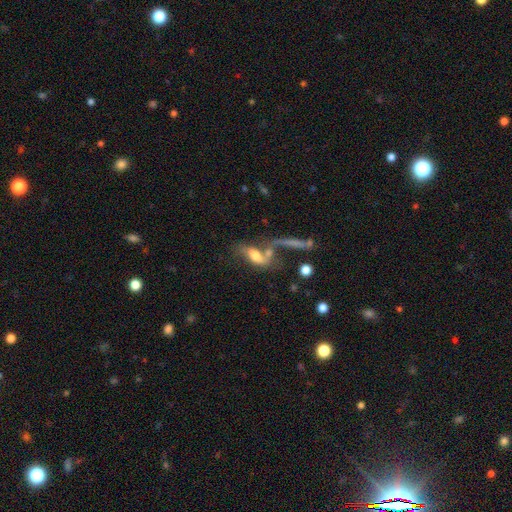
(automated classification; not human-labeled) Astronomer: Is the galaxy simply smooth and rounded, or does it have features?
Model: smooth — 53% (runner-up: featured or disk, 38%).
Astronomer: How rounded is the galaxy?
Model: in between — 69%.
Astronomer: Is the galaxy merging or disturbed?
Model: merger — 48% (runner-up: none, 23%).